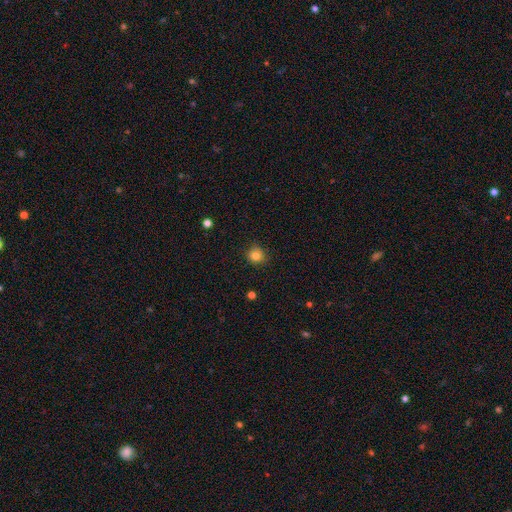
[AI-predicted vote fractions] A smooth galaxy with no disk features (82%) that is round (88%).

Vote fractions:
- Smooth or featured? smooth: 82% / star or artifact: 12% / featured or disk: 6%
- How rounded? round: 88% / in between: 11% / cigar-shaped: 1%
- Merging? none: 85% / minor disturbance: 12% / major disturbance: 2% / merger: 1%